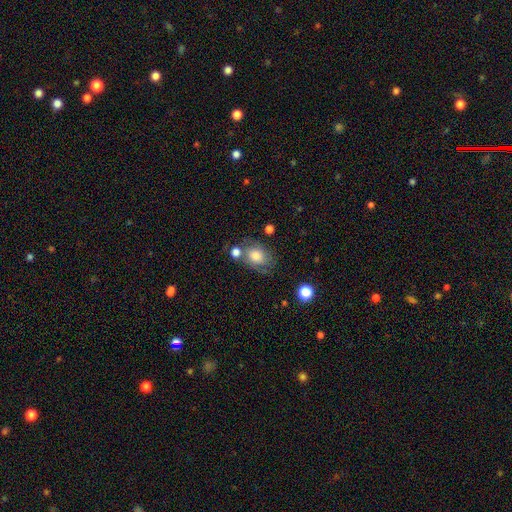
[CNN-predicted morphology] smooth_or_featured: smooth (p=0.65) [alt: featured or disk p=0.26]
how_rounded: in between (p=0.63) [alt: round p=0.36]
merging: none (p=0.54) [alt: minor disturbance p=0.22]